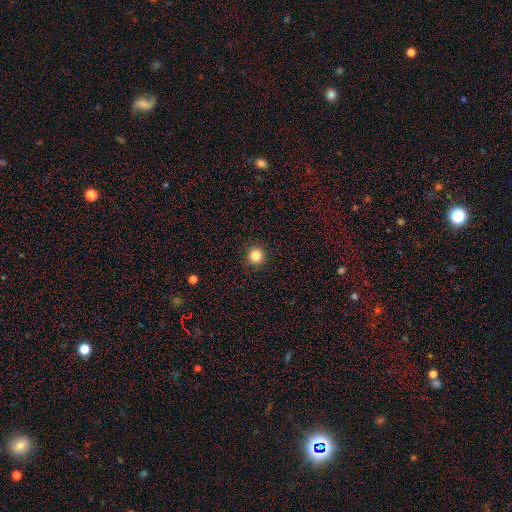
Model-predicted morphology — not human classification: Smooth or featured?
  - smooth: 84% *
  - star or artifact: 12%
  - featured or disk: 4%
How rounded?
  - round: 96% *
  - in between: 3%
  - cigar-shaped: 1%
Merging?
  - none: 93% *
  - minor disturbance: 4%
  - major disturbance: 2%
  - merger: 1%